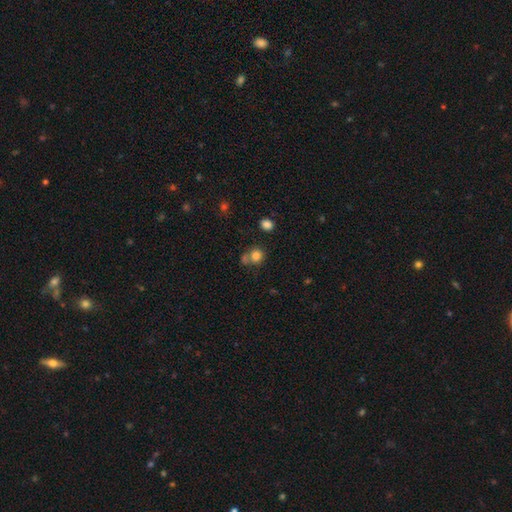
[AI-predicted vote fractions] smooth-or-featured: smooth: 80% | star or artifact: 12% | featured or disk: 8%
  how-rounded: round: 84% | in between: 15% | cigar-shaped: 1%
  merging: none: 58% | merger: 27% | minor disturbance: 11% | major disturbance: 5%